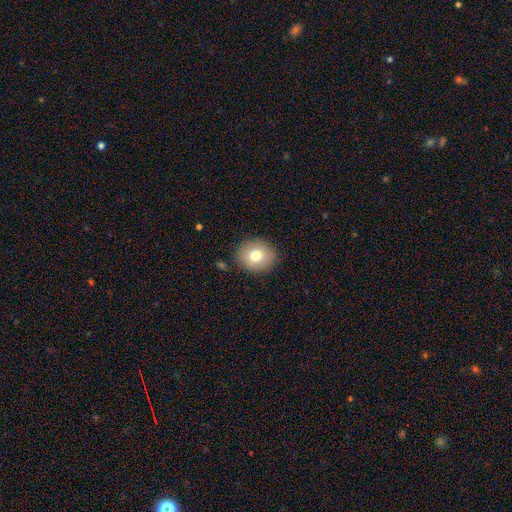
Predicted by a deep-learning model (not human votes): Smooth or featured: smooth — 76% (featured or disk — 15%)
How rounded: round — 71% (in between — 28%)
Merging: none — 88% (minor disturbance — 8%)